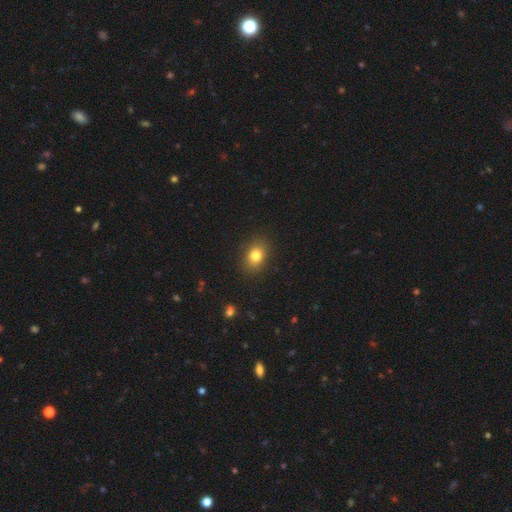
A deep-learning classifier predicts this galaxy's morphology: The model was most divided on "how rounded": in between: 65%, round: 34%, cigar-shaped: 1%. More confident: merging — none (88%); smooth or featured — smooth (81%).